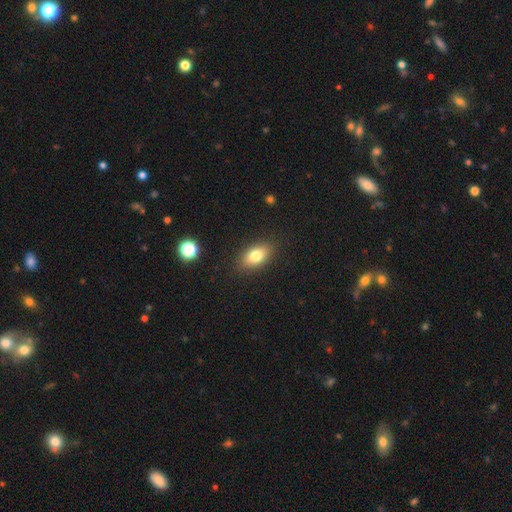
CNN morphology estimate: The model was most divided on "smooth or featured": smooth: 77%, featured or disk: 14%, star or artifact: 9%. More confident: merging — none (87%); how rounded — in between (87%).